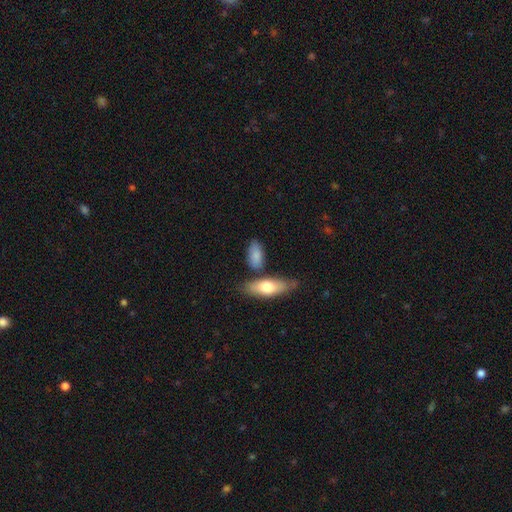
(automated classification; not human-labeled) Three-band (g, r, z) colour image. It shows a smooth galaxy with no disk features (82%) that is in between round and cigar-shaped (83%). Merging: none (63%).